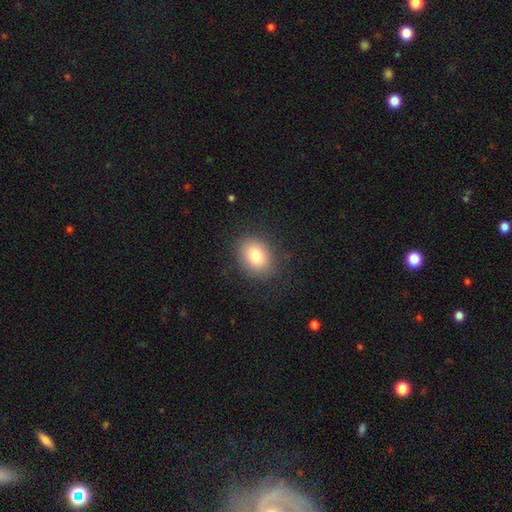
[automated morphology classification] The model was most divided on "how rounded": in between: 56%, round: 44%, cigar-shaped: 1%. More confident: merging — none (85%); smooth or featured — smooth (80%).